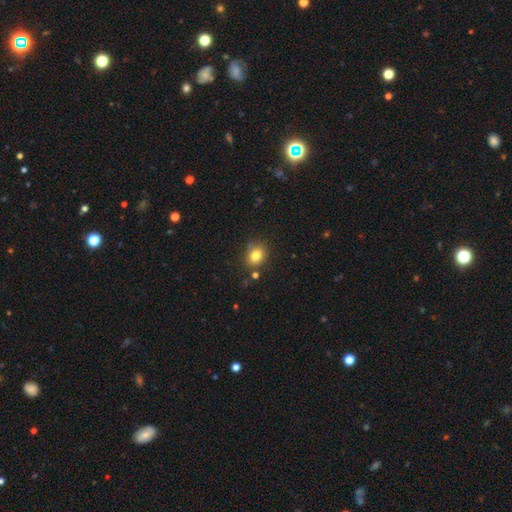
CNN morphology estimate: Smooth or featured? smooth (81%)
How rounded? round (52%)
Merging? none (79%)